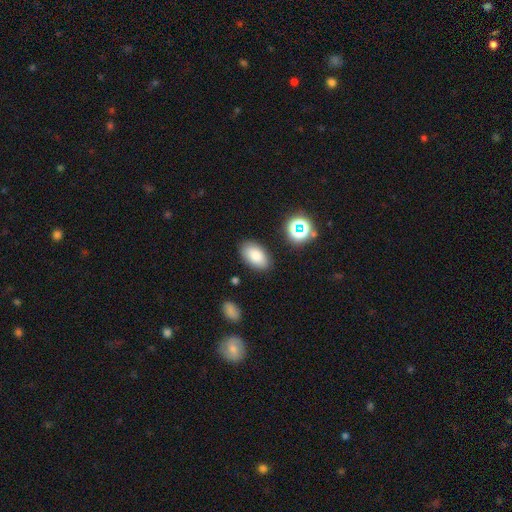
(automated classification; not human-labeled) smooth 82%, star or artifact 10%, featured or disk 8%. Down the decision tree: how rounded — in between (93%); merging — none (85%).